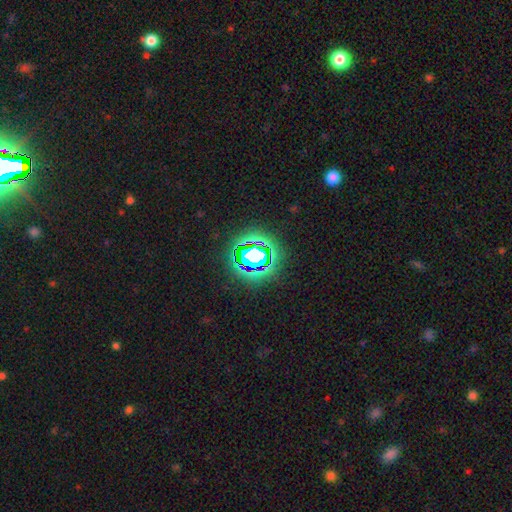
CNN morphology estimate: A star or artifact, not a galaxy (68%).